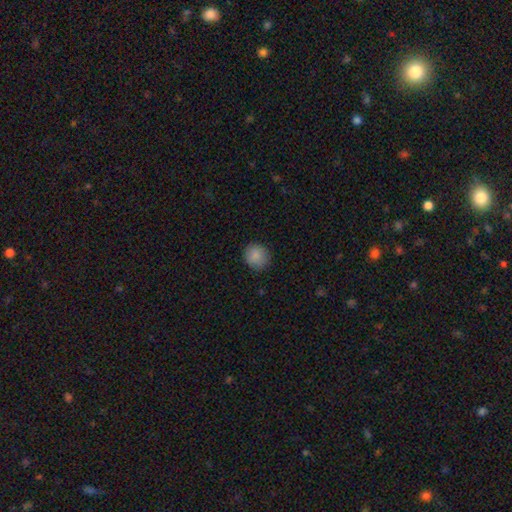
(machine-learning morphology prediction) Q: Smooth or featured?
A: smooth (88%); runner-up: star or artifact (9%)
Q: How rounded?
A: round (88%); runner-up: in between (11%)
Q: Merging?
A: none (87%); runner-up: minor disturbance (9%)